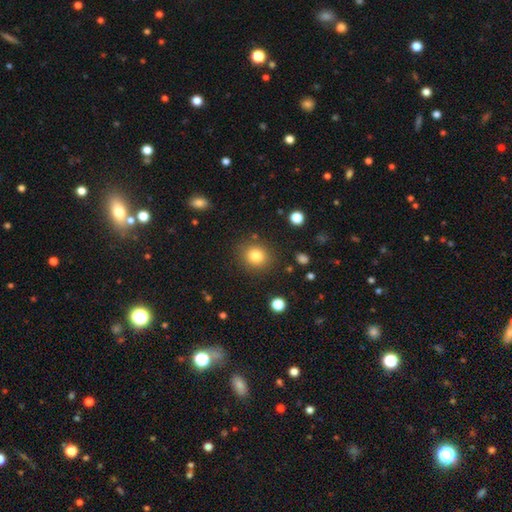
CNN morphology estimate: smooth 82%, star or artifact 11%, featured or disk 7%. Down the decision tree: how rounded — round (85%); merging — none (86%).